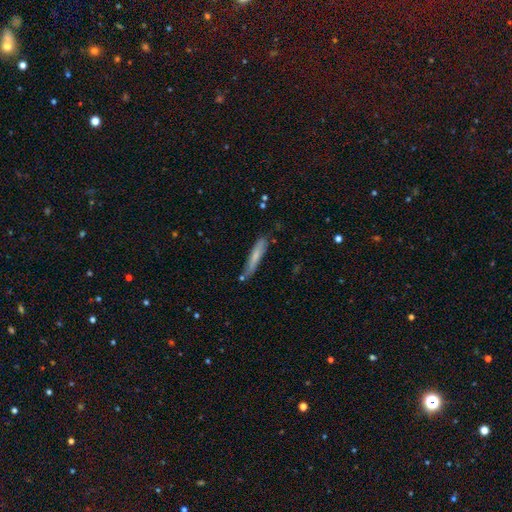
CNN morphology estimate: Overall: smooth (71%). How rounded: cigar-shaped (91%). Merging: none (72%).